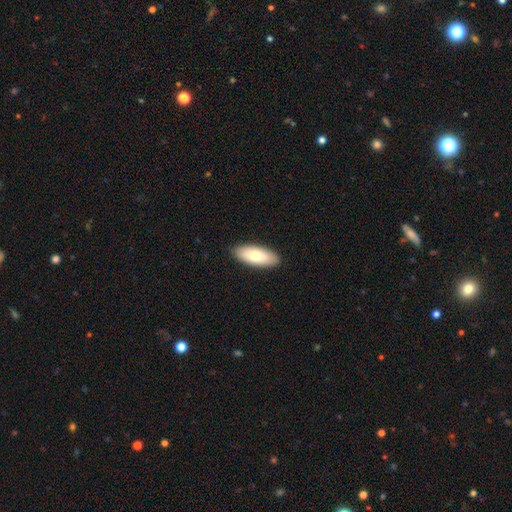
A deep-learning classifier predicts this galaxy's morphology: Smooth or featured?
  - smooth: 74% *
  - featured or disk: 20%
  - star or artifact: 6%
How rounded?
  - in between: 83% *
  - cigar-shaped: 15%
  - round: 2%
Merging?
  - none: 90% *
  - minor disturbance: 8%
  - major disturbance: 2%
  - merger: 1%